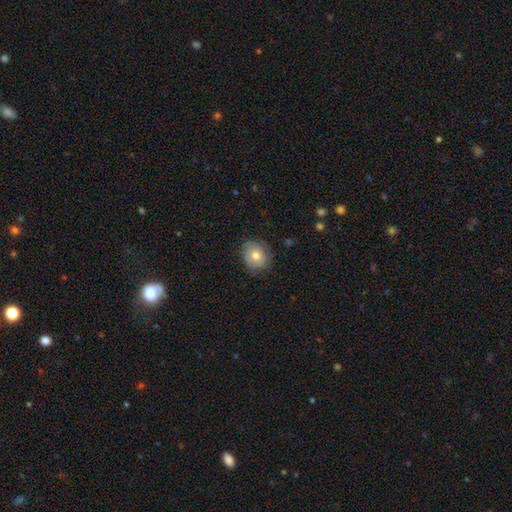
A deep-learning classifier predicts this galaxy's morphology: A smooth galaxy with no disk features (69%) that is round (66%). Merging: none (71%).